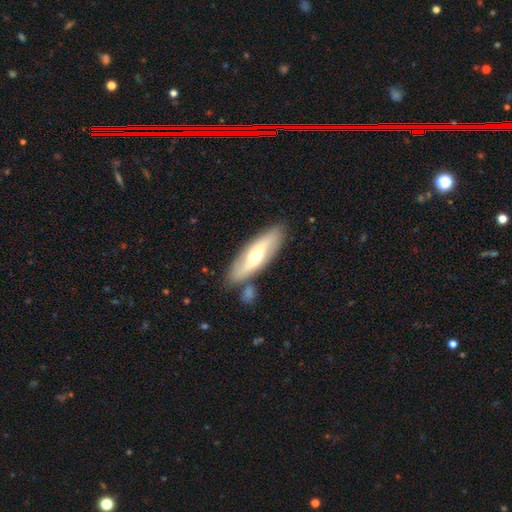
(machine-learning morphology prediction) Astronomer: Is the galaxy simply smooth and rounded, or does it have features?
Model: featured or disk — 54% (runner-up: smooth, 41%).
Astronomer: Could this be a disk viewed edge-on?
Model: no — 65%.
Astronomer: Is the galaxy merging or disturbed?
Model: none — 78%.